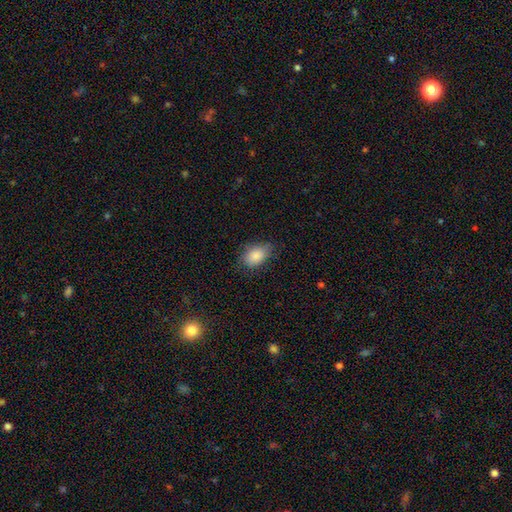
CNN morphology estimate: type=smooth (87%); roundness=in between (86%); merging=none (72%).